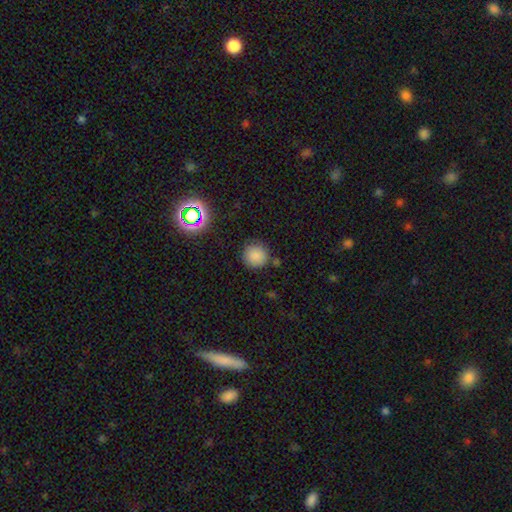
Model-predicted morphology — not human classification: This appears to be a smooth galaxy with no disk features (82%) that is round (94%). Merging: none (83%).